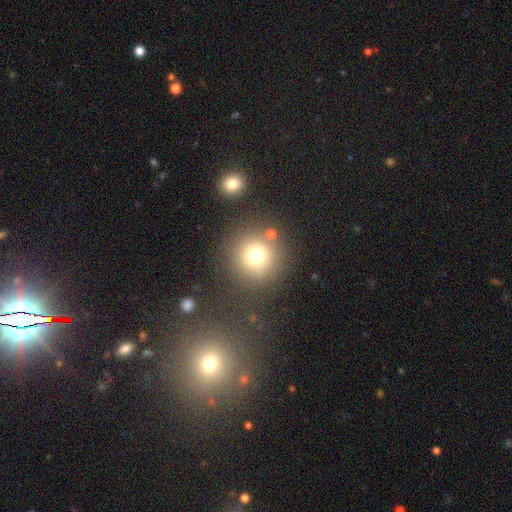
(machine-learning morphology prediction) smooth-or-featured: smooth: 74% | star or artifact: 16% | featured or disk: 11%
  how-rounded: round: 94% | in between: 5% | cigar-shaped: 1%
  merging: none: 78% | minor disturbance: 9% | merger: 8% | major disturbance: 5%